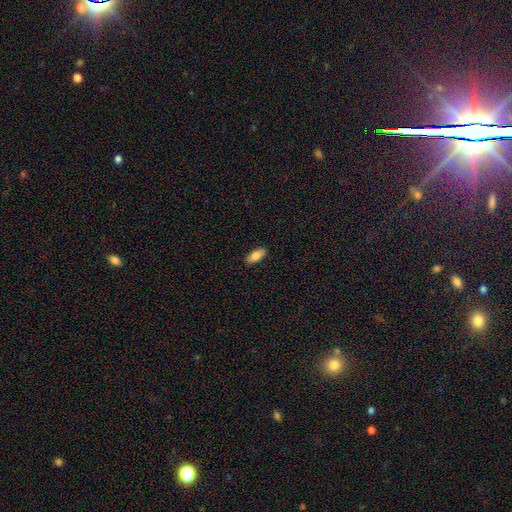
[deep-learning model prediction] smooth-or-featured: smooth: 82% | featured or disk: 11% | star or artifact: 6%
  how-rounded: in between: 86% | cigar-shaped: 12% | round: 2%
  merging: none: 89% | minor disturbance: 8% | major disturbance: 2% | merger: 1%